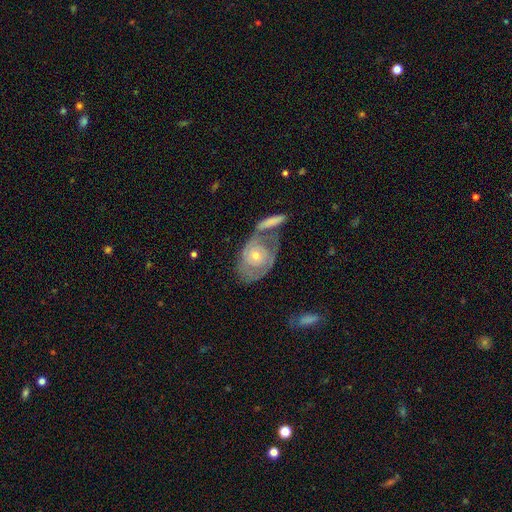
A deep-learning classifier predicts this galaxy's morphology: Smooth or featured? featured or disk (62%)
Edge-on disk? no (94%)
Bar? no (72%)
Spiral arms? yes (67%)
Bulge size? moderate (63%)
Merging? none (50%)